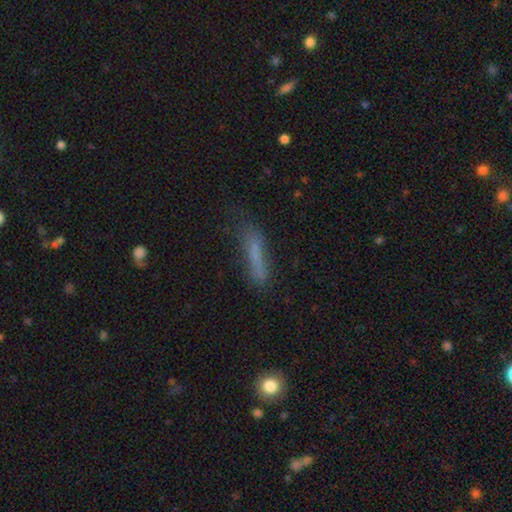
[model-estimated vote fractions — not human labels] smooth-or-featured: smooth: 65% | featured or disk: 23% | star or artifact: 12%
  how-rounded: cigar-shaped: 85% | in between: 13% | round: 2%
  merging: none: 56% | minor disturbance: 25% | major disturbance: 14% | merger: 4%